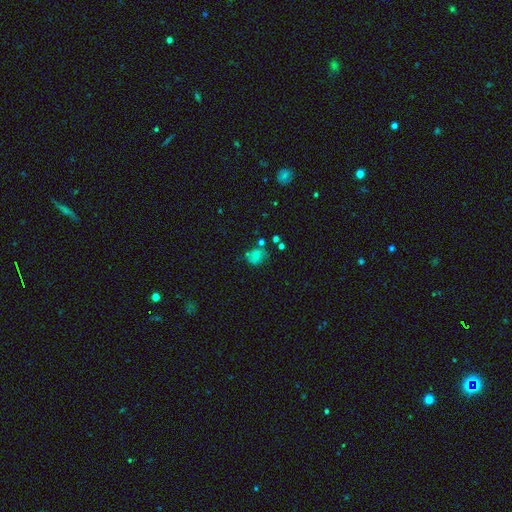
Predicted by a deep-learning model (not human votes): smooth 62%, featured or disk 21%, star or artifact 17%. Down the decision tree: how rounded — round (62%); merging — none (57%).